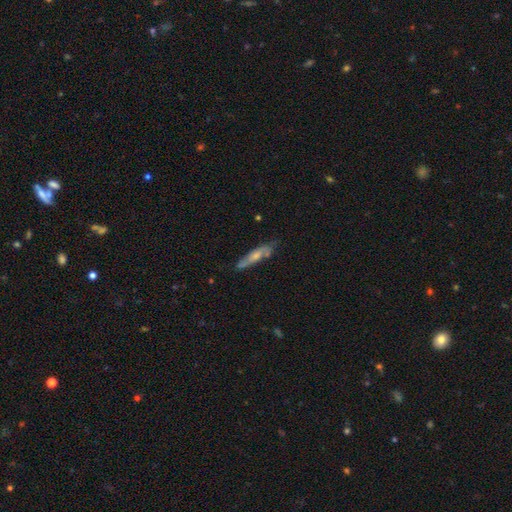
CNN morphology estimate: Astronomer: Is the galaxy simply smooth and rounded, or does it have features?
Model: featured or disk — 49% (runner-up: smooth, 45%).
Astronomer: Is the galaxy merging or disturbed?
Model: none — 72%.